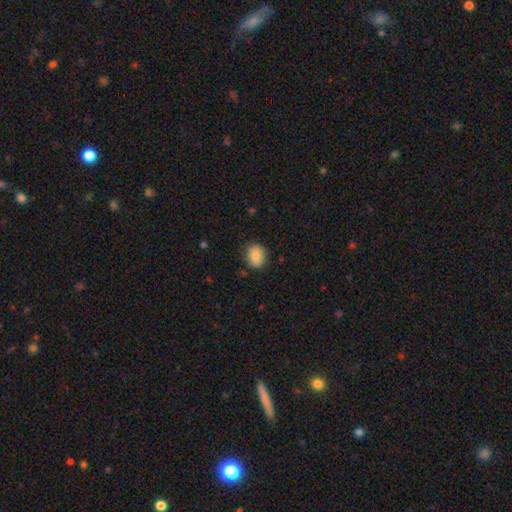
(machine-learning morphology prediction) A smooth galaxy with no disk features (84%) that is in between round and cigar-shaped (50%). Merging: none (82%).